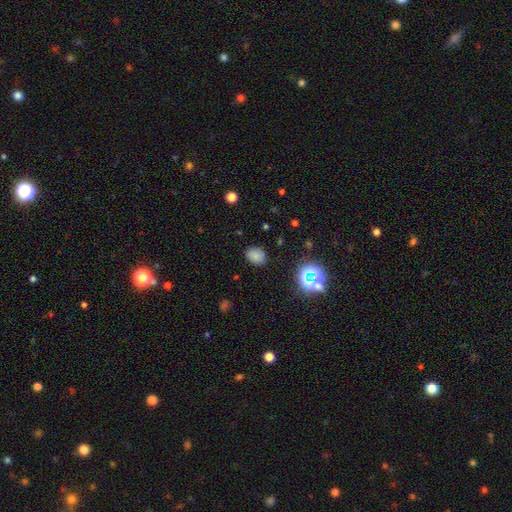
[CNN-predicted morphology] Overall: smooth (75%). How rounded: in between (51%; round 48%). Merging: none (82%).